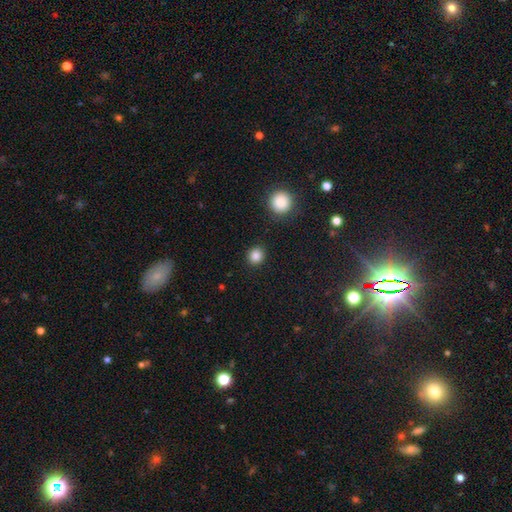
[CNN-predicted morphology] Overall: smooth (86%). How rounded: round (85%). Merging: none (90%).